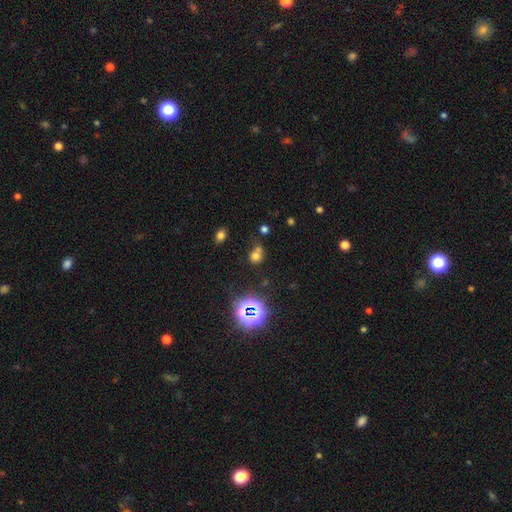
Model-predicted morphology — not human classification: Smooth or featured? smooth (60%)
How rounded? round (70%)
Merging? none (43%)